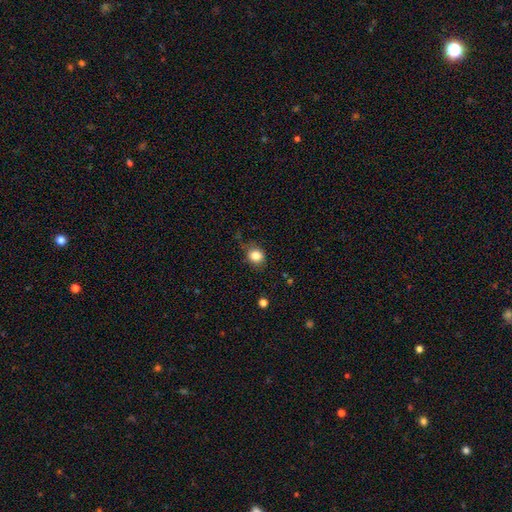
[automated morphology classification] Smooth or featured?
  - smooth: 83% *
  - star or artifact: 11%
  - featured or disk: 6%
How rounded?
  - round: 72% *
  - in between: 27%
  - cigar-shaped: 1%
Merging?
  - none: 68% *
  - minor disturbance: 23%
  - major disturbance: 7%
  - merger: 2%